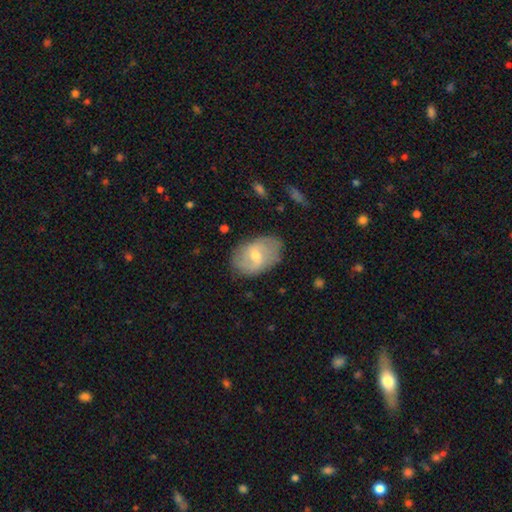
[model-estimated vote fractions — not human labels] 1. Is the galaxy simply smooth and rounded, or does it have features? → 55% featured or disk, 38% smooth, 7% star or artifact.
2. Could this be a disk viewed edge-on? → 95% no, 5% yes.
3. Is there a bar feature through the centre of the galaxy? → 57% weak, 31% no, 12% strong.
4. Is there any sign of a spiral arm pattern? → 71% yes, 29% no.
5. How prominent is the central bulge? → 60% moderate, 34% small, 3% large, 2% none, 1% dominant.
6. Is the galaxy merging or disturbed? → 77% none, 17% minor disturbance, 5% major disturbance, 1% merger.